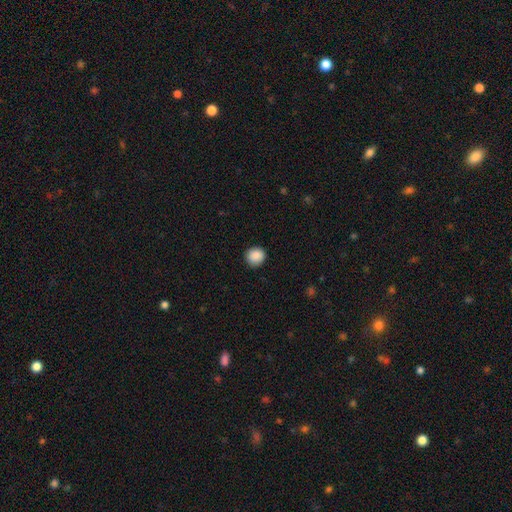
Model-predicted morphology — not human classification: smooth_or_featured: smooth (p=0.89) [alt: star or artifact p=0.08]
how_rounded: round (p=0.89) [alt: in between p=0.11]
merging: none (p=0.89) [alt: minor disturbance p=0.08]